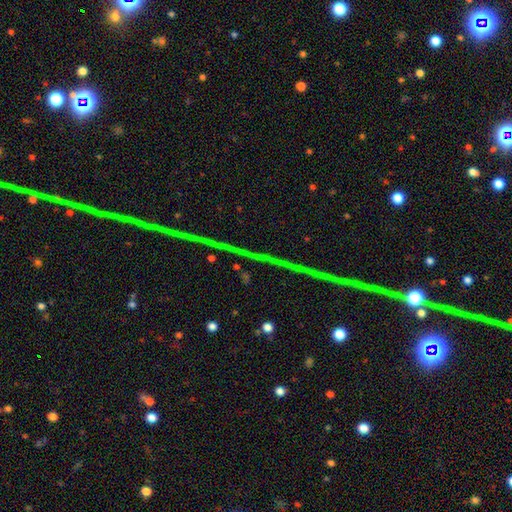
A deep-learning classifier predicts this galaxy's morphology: Overall: star or artifact (82%).